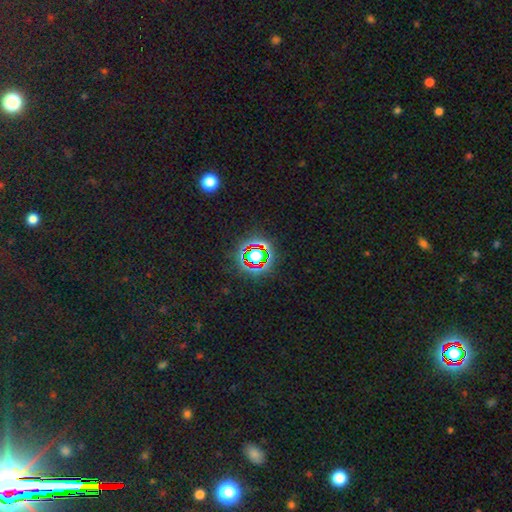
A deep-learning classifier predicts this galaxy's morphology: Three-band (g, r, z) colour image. It shows a star or artifact, not a galaxy (72%).